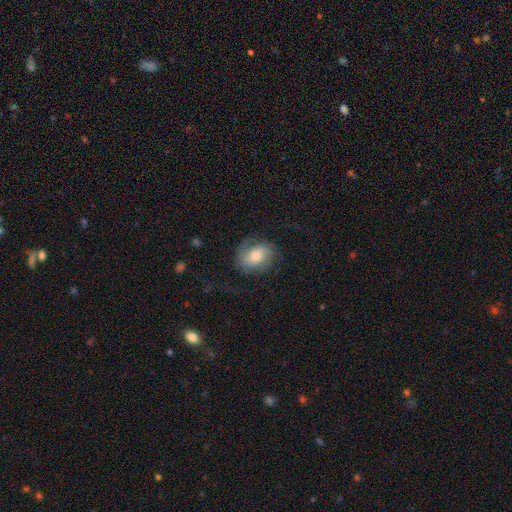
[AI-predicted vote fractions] featured or disk 47%, smooth 44%, star or artifact 8%. Down the decision tree: merging — none (66%).